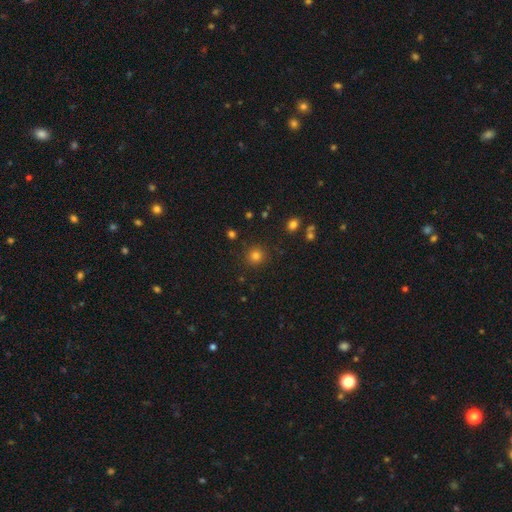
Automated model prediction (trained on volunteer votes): smooth_or_featured: smooth (p=0.80) [alt: star or artifact p=0.15]
how_rounded: round (p=0.92) [alt: in between p=0.07]
merging: none (p=0.88) [alt: minor disturbance p=0.07]